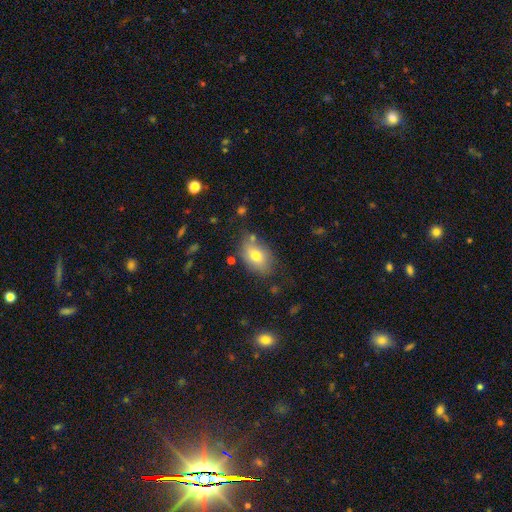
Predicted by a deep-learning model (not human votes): A smooth galaxy with no disk features (77%) that is in between round and cigar-shaped (87%).

Vote fractions:
- Smooth or featured? smooth: 77% / featured or disk: 15% / star or artifact: 8%
- How rounded? in between: 87% / round: 11% / cigar-shaped: 2%
- Merging? none: 72% / minor disturbance: 18% / merger: 5% / major disturbance: 5%